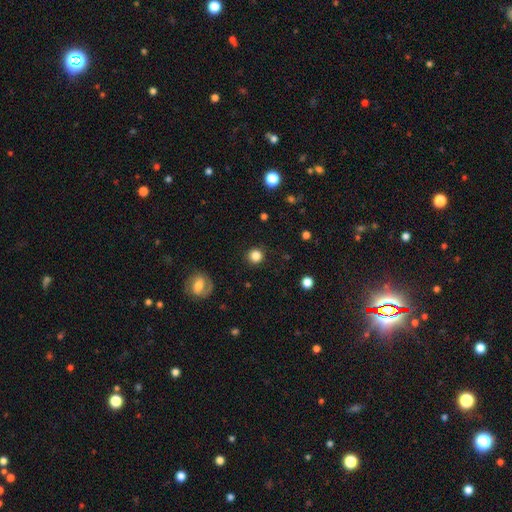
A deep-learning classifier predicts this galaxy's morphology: Overall: smooth (84%). How rounded: round (93%). Merging: none (90%).